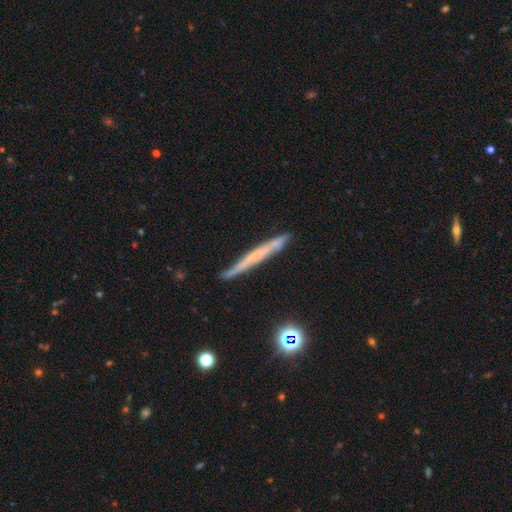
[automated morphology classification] A featured or disk galaxy (48%). Merging: none (83%).